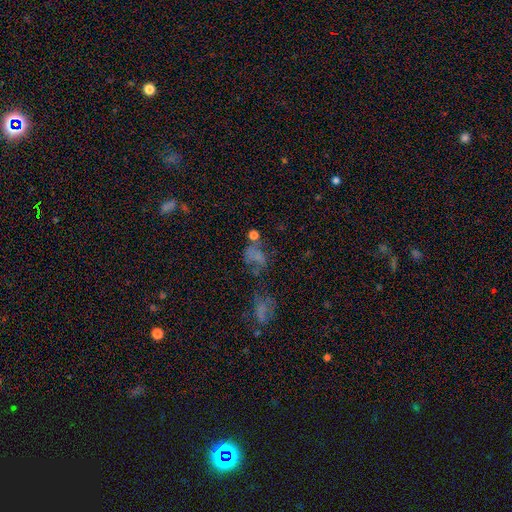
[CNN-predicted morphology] Overall: smooth (51%; star or artifact 25%). How rounded: in between (62%; round 35%). Merging: none (31%; merger 28%).